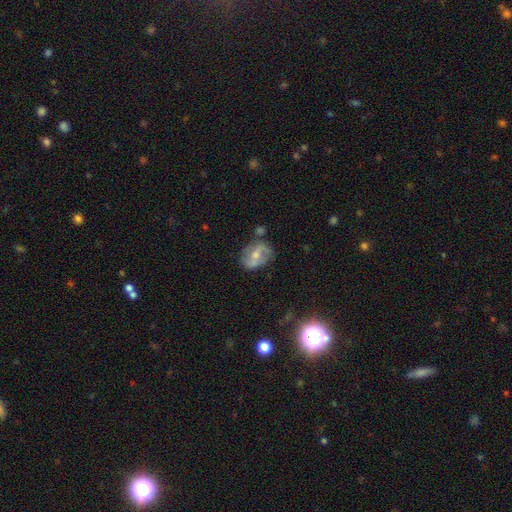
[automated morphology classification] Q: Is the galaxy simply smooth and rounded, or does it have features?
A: featured or disk — 67%.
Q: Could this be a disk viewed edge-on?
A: no — 96%.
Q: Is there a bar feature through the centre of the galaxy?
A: weak — 41%.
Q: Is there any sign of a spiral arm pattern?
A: yes — 79%.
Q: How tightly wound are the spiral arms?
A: loose — 44%.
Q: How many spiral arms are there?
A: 2 — 83%.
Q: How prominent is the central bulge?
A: moderate — 56%.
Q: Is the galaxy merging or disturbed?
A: none — 64%.